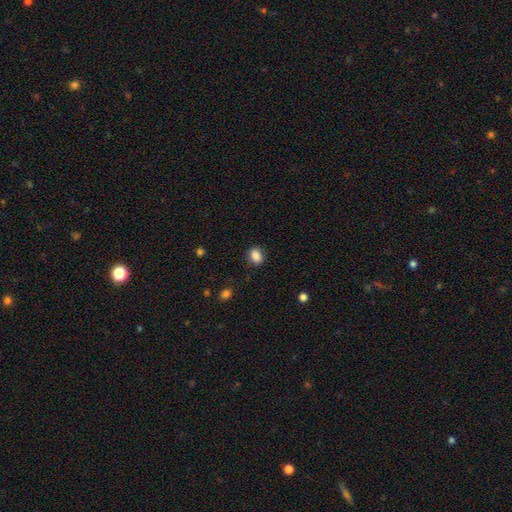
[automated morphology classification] smooth 86%, star or artifact 9%, featured or disk 5%. Down the decision tree: how rounded — in between (55%); merging — none (86%).